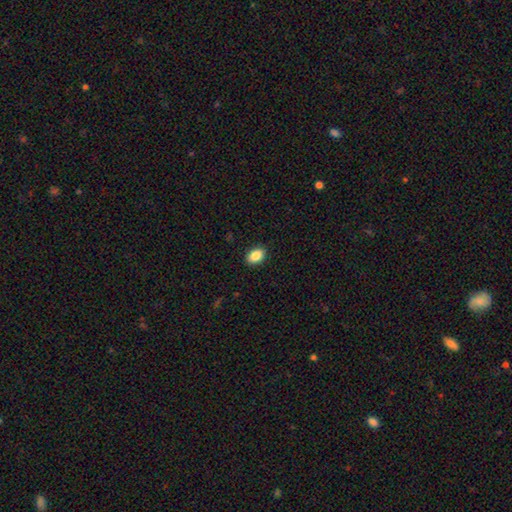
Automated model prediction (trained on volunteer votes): smooth-or-featured: smooth: 87% | star or artifact: 8% | featured or disk: 5%
  how-rounded: in between: 85% | round: 14% | cigar-shaped: 1%
  merging: none: 90% | minor disturbance: 7% | major disturbance: 2% | merger: 1%